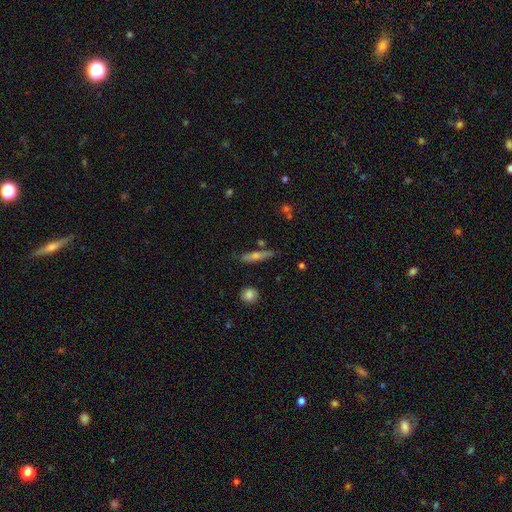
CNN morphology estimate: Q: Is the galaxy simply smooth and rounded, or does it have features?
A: smooth — 50%.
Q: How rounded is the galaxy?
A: cigar-shaped — 82%.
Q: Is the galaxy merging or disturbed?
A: none — 78%.